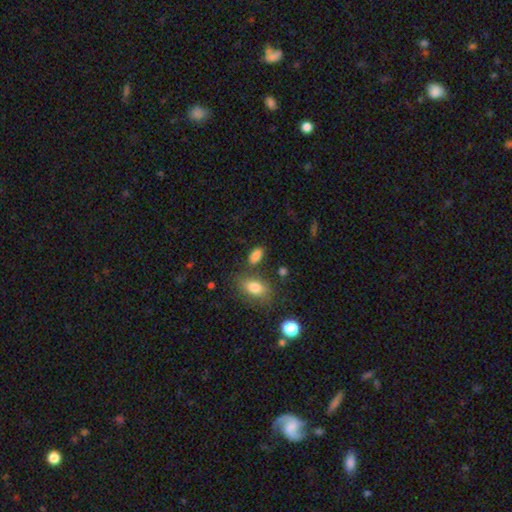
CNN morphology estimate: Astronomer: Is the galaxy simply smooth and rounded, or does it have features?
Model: smooth — 84%.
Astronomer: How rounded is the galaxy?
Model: in between — 90%.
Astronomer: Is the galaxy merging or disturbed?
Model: none — 73%.